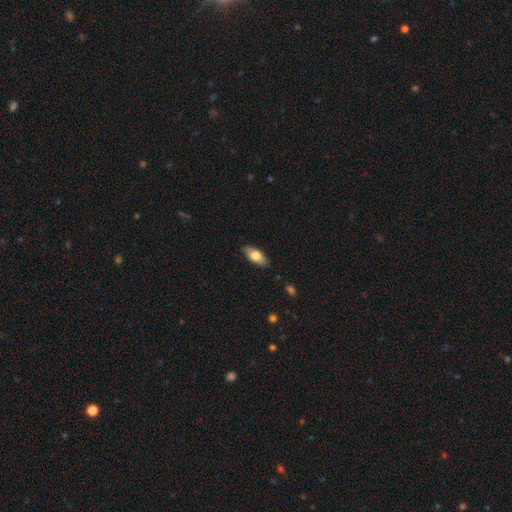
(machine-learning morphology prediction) Smooth or featured? Predicted: smooth (p=0.76). How rounded? Predicted: in between (p=0.85). Merging? Predicted: none (p=0.87).